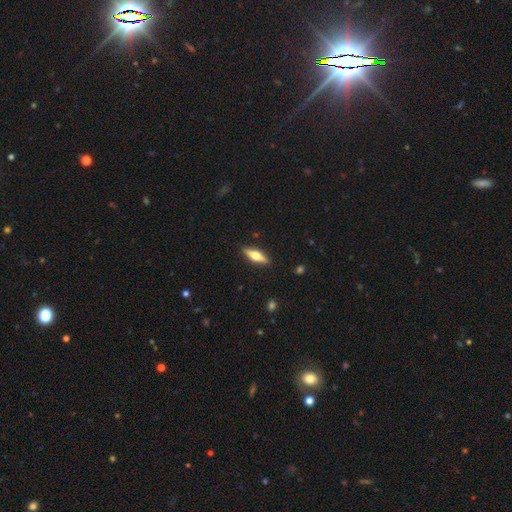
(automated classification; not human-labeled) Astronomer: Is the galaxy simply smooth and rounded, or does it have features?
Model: featured or disk — 50% (runner-up: smooth, 44%).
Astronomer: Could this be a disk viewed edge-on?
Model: yes — 93%.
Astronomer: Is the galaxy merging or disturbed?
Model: none — 89%.